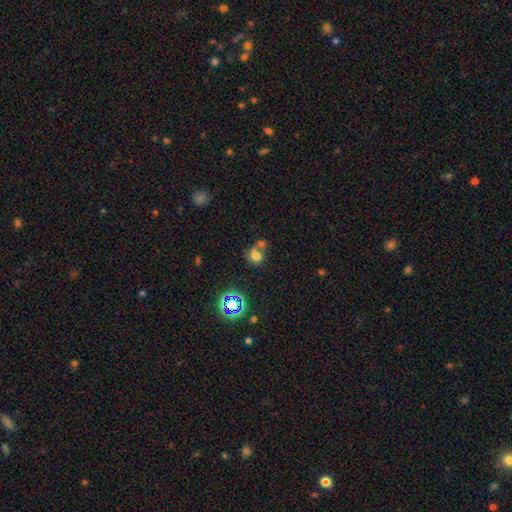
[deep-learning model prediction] This is likely a smooth galaxy (65%). How rounded: likely round (73%). Merging: marginally merger (43%).